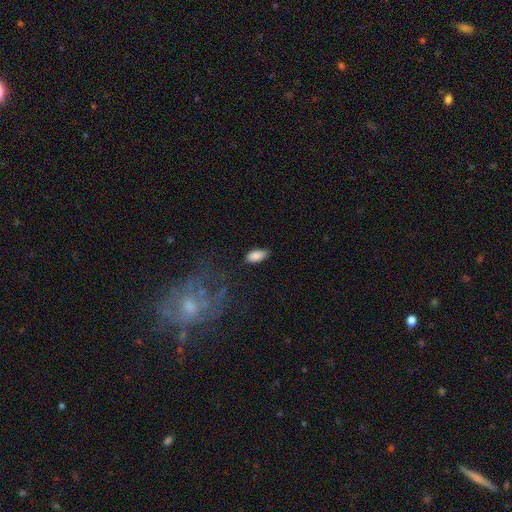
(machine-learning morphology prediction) Smooth or featured? Predicted: smooth (p=0.87). How rounded? Predicted: in between (p=0.90). Merging? Predicted: none (p=0.78).